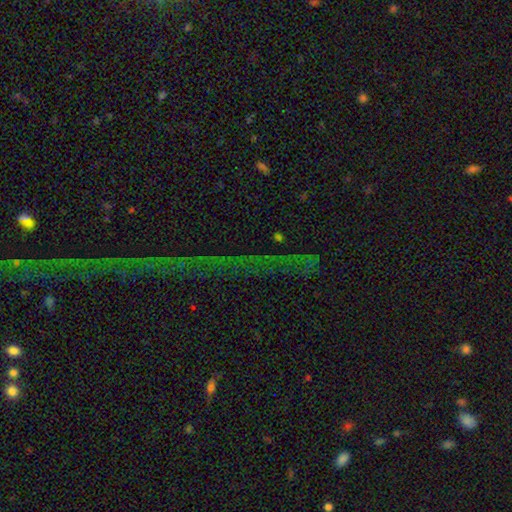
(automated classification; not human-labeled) Smooth or featured? star or artifact (77%)